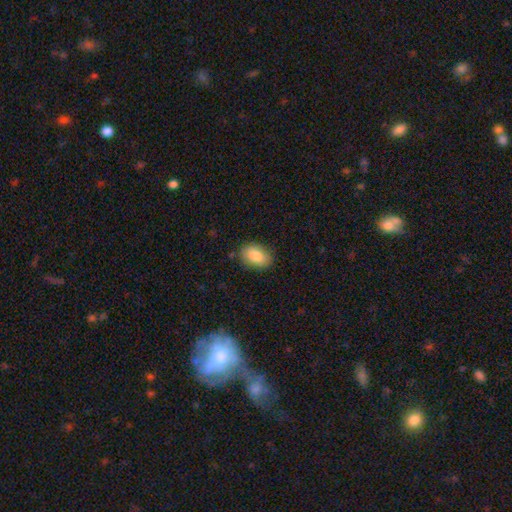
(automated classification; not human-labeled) Q: Smooth or featured?
A: smooth (83%); runner-up: featured or disk (9%)
Q: How rounded?
A: in between (86%); runner-up: round (13%)
Q: Merging?
A: none (84%); runner-up: minor disturbance (12%)